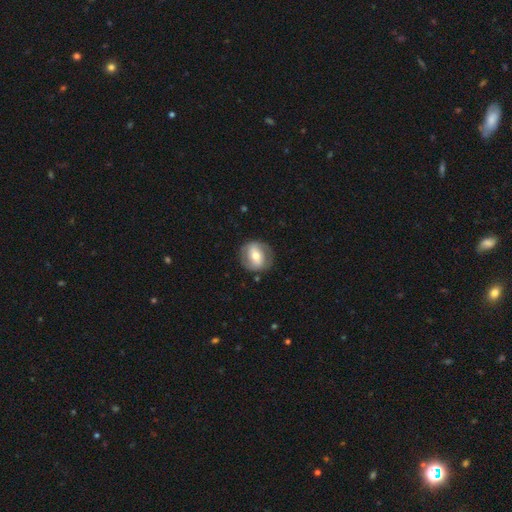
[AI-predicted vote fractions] A featured or disk galaxy (51%).

Vote fractions:
- Smooth or featured? featured or disk: 51% / smooth: 42% / star or artifact: 6%
- Edge-on disk? no: 94% / yes: 6%
- Merging? none: 81% / minor disturbance: 12% / major disturbance: 5% / merger: 1%